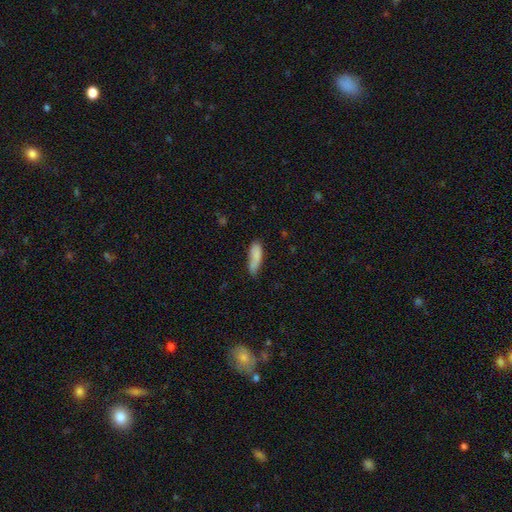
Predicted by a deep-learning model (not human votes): Smooth or featured? smooth (81%)
How rounded? in between (54%)
Merging? none (56%)